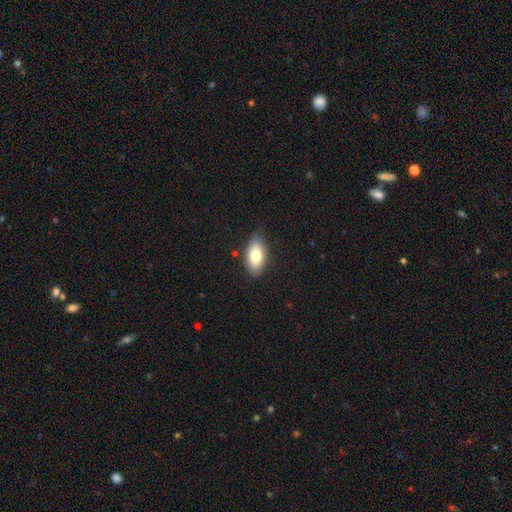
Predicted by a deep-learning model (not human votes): Smooth or featured: smooth — 77% (featured or disk — 16%)
How rounded: in between — 90% (cigar-shaped — 6%)
Merging: none — 79% (minor disturbance — 17%)